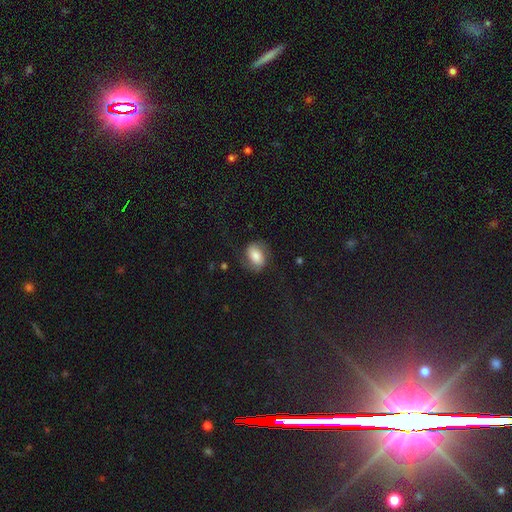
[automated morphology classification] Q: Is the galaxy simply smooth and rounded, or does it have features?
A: smooth — 62%.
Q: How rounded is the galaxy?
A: in between — 79%.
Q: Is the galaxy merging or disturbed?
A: none — 68%.